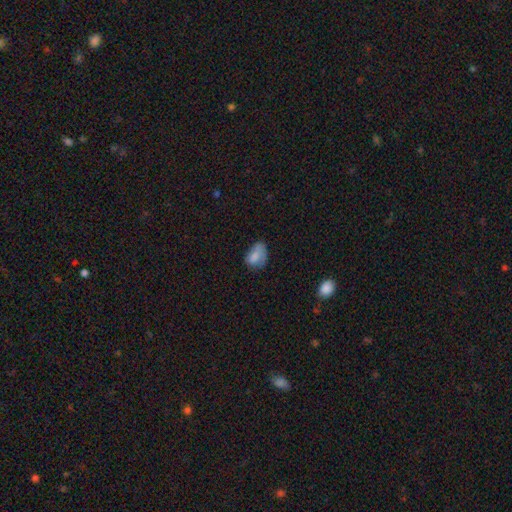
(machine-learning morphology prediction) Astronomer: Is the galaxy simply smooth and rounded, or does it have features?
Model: smooth — 77%.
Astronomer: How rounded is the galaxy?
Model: in between — 83%.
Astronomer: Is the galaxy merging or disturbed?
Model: none — 42% (runner-up: minor disturbance, 36%).